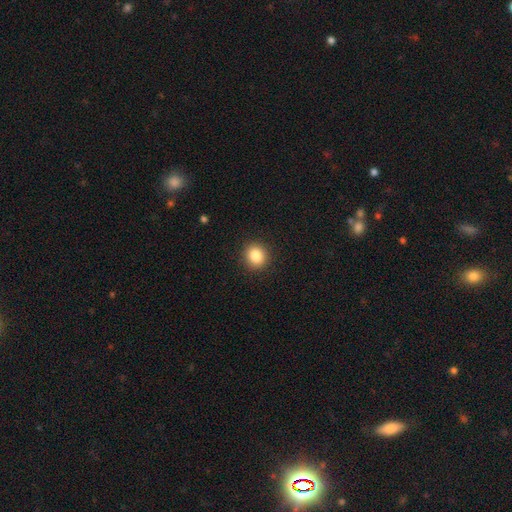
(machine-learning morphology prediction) A smooth galaxy with no disk features (85%) that is round (86%).

Vote fractions:
- Smooth or featured? smooth: 85% / star or artifact: 10% / featured or disk: 5%
- How rounded? round: 86% / in between: 13% / cigar-shaped: 1%
- Merging? none: 91% / minor disturbance: 6% / major disturbance: 2% / merger: 1%